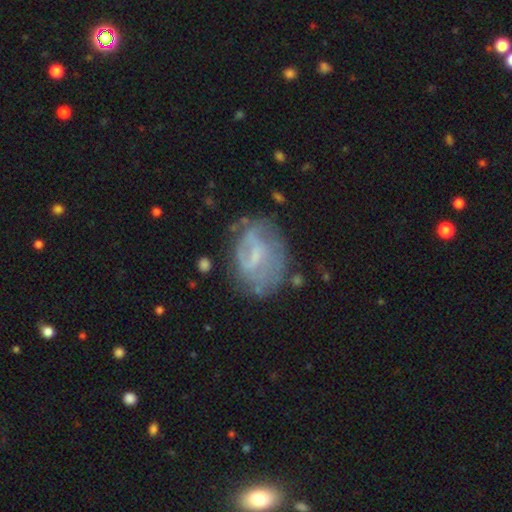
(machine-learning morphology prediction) A featured or disk galaxy (65%) with a weak bar (53%), spiral arms (57%) and a small central bulge (45%). Merging: none (55%).